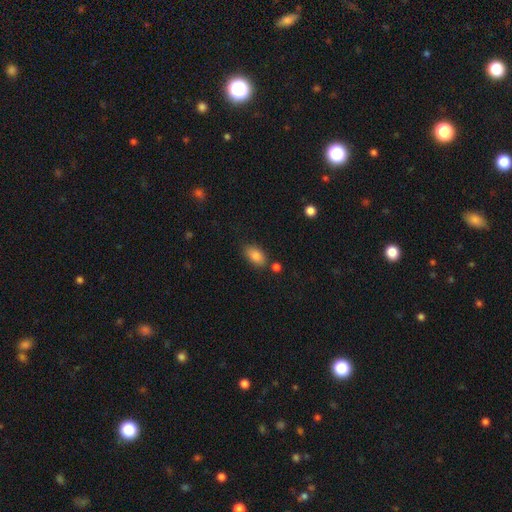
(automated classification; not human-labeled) Smooth or featured? smooth (85%)
How rounded? in between (90%)
Merging? none (73%)